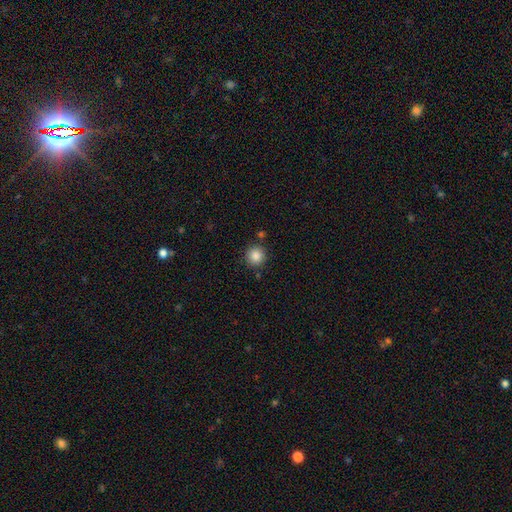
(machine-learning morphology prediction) This appears to be a smooth galaxy with no disk features (86%) that is round (94%). Merging: none (85%).